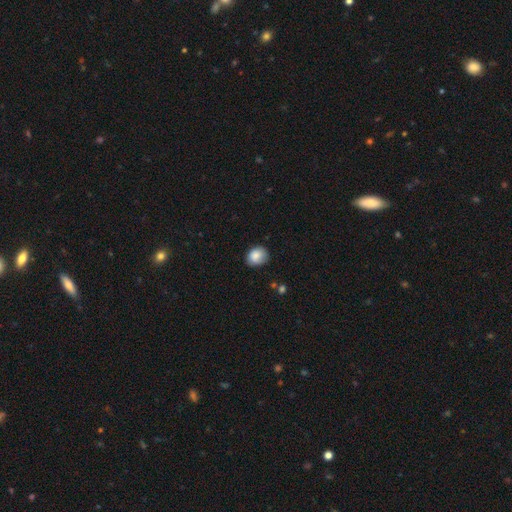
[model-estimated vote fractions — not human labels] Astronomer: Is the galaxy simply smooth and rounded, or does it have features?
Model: smooth — 86%.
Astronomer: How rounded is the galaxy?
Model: round — 54% (runner-up: in between, 45%).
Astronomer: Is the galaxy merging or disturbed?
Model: none — 74%.